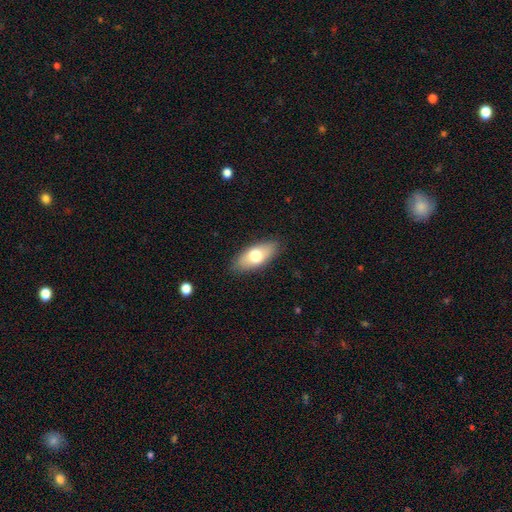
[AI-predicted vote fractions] Smooth or featured?
  - smooth: 69% *
  - featured or disk: 24%
  - star or artifact: 7%
How rounded?
  - in between: 83% *
  - cigar-shaped: 14%
  - round: 3%
Merging?
  - none: 86% *
  - minor disturbance: 10%
  - major disturbance: 3%
  - merger: 1%